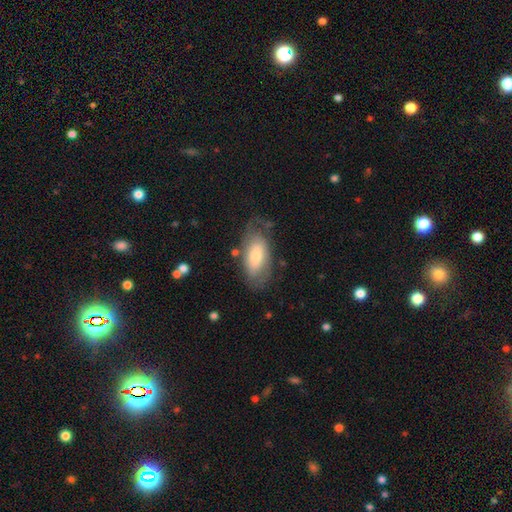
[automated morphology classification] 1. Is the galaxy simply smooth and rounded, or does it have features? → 56% smooth, 38% featured or disk, 6% star or artifact.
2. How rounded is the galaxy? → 91% in between, 6% cigar-shaped, 3% round.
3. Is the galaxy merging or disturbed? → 64% none, 22% minor disturbance, 11% major disturbance, 3% merger.